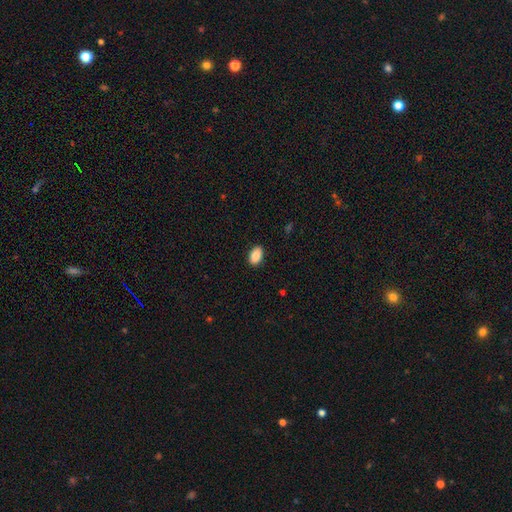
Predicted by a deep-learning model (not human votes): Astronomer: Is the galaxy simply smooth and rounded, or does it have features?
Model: smooth — 89%.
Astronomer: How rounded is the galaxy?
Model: in between — 92%.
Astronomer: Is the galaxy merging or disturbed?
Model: none — 89%.